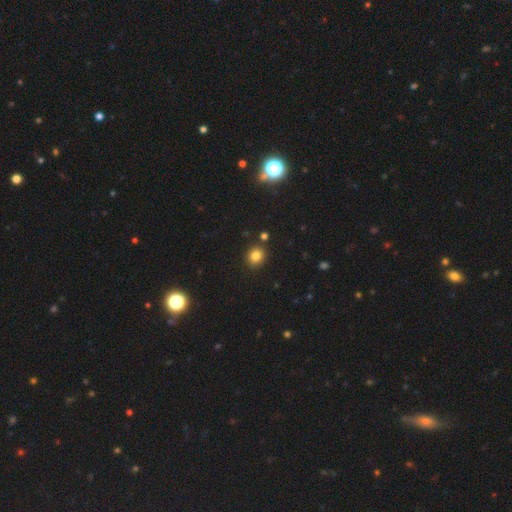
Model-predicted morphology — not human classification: smooth_or_featured: smooth (p=0.81) [alt: star or artifact p=0.13]
how_rounded: round (p=0.79) [alt: in between p=0.20]
merging: none (p=0.85) [alt: minor disturbance p=0.08]